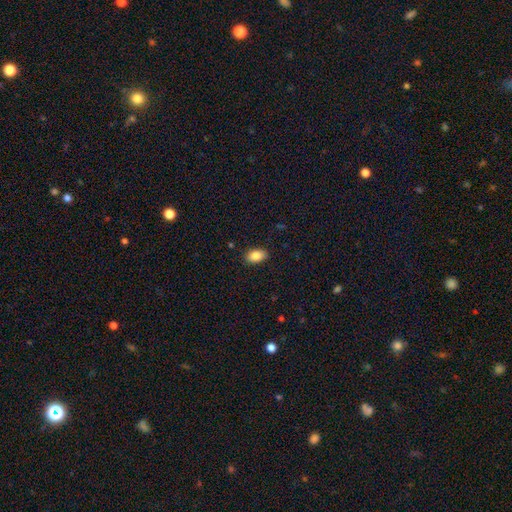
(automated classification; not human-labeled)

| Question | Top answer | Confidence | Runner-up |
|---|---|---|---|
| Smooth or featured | smooth | 85% | star or artifact (8%) |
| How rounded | in between | 90% | round (8%) |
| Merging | none | 88% | minor disturbance (9%) |